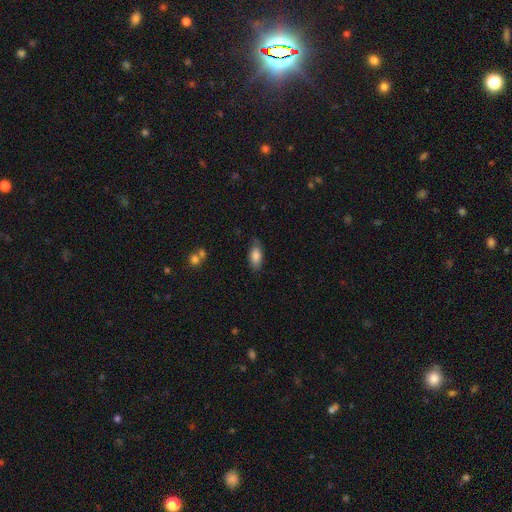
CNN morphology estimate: Smooth or featured? smooth (82%)
How rounded? in between (87%)
Merging? none (75%)